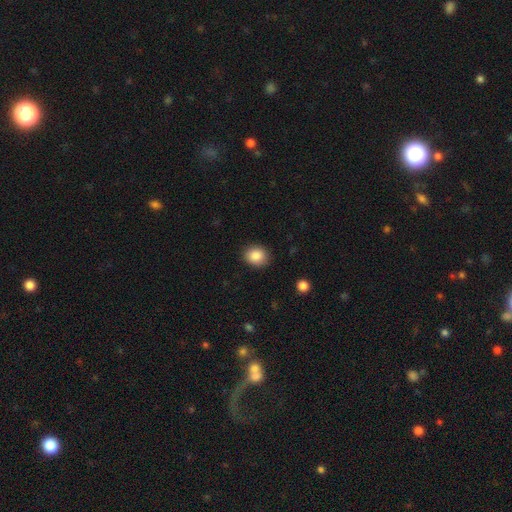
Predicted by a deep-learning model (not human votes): This is clearly a smooth galaxy (87%). How rounded: likely round (62%). Merging: clearly none (88%).